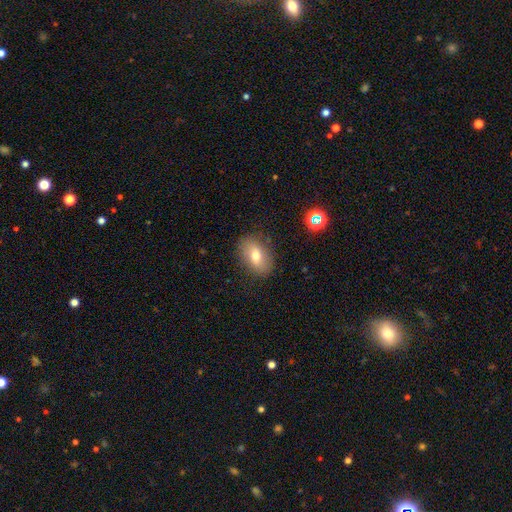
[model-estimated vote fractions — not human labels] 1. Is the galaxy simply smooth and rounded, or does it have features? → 69% smooth, 21% featured or disk, 10% star or artifact.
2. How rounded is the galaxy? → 84% in between, 14% round, 2% cigar-shaped.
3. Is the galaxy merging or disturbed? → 83% none, 12% minor disturbance, 3% major disturbance, 1% merger.